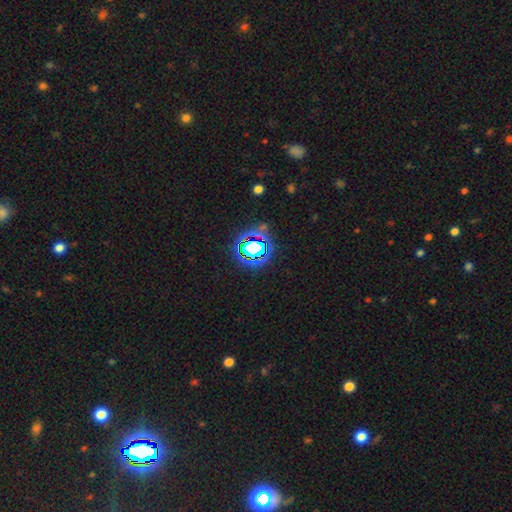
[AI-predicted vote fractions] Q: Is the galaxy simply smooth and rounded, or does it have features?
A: star or artifact — 76%.